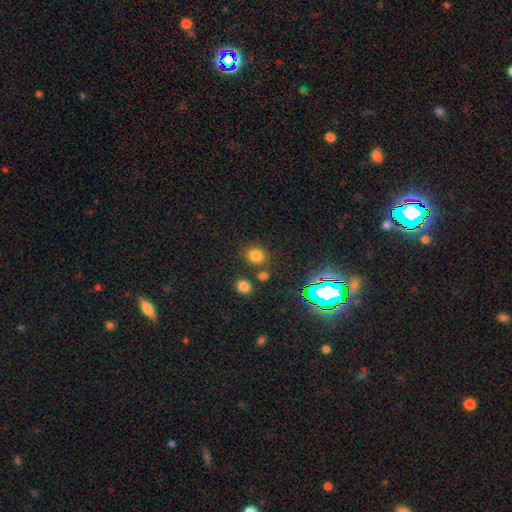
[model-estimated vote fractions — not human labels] The model was most divided on "how rounded": round: 67%, in between: 32%, cigar-shaped: 1%. More confident: merging — none (75%); smooth or featured — smooth (75%).